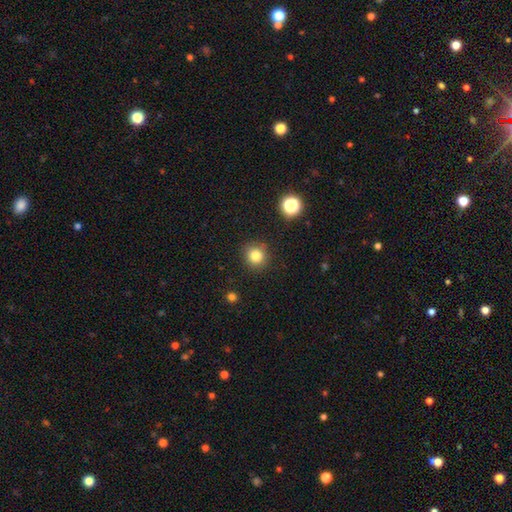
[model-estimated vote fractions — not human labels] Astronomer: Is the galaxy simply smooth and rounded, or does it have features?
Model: smooth — 82%.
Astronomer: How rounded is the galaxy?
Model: round — 91%.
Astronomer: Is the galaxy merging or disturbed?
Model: none — 88%.